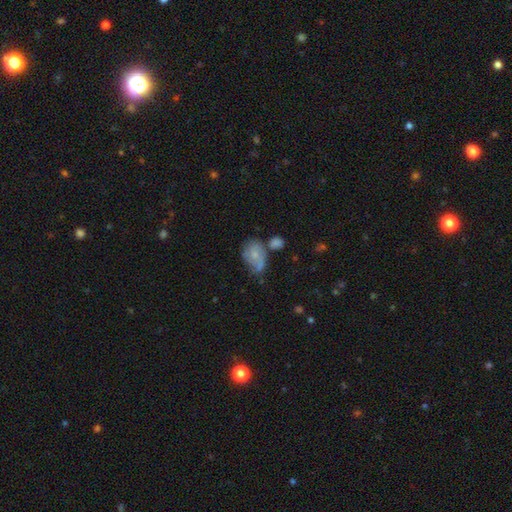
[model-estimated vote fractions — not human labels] The model was most divided on "merging": none: 35%, minor disturbance: 30%, merger: 18%, major disturbance: 17%. More confident: how rounded — in between (76%); smooth or featured — smooth (53%).